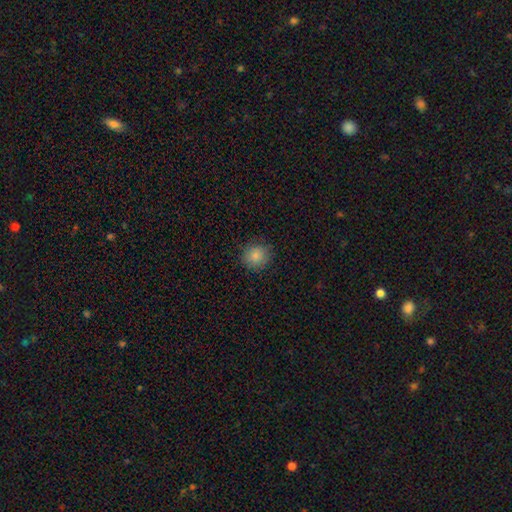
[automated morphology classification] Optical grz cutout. It shows a smooth galaxy with no disk features (84%) that is round (86%). Merging: none (86%).